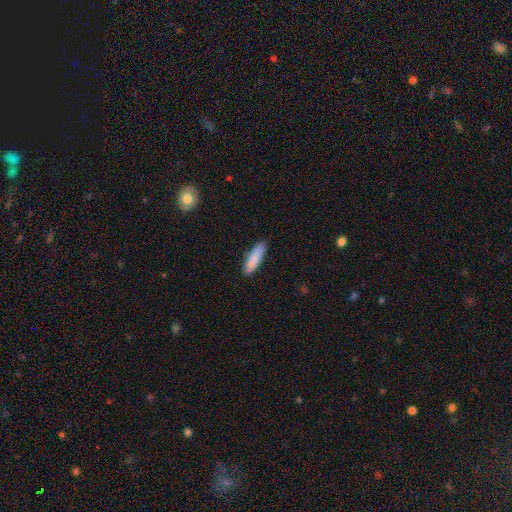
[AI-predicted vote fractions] This is clearly a smooth galaxy (83%). How rounded: likely cigar-shaped (65%). Merging: likely none (75%).